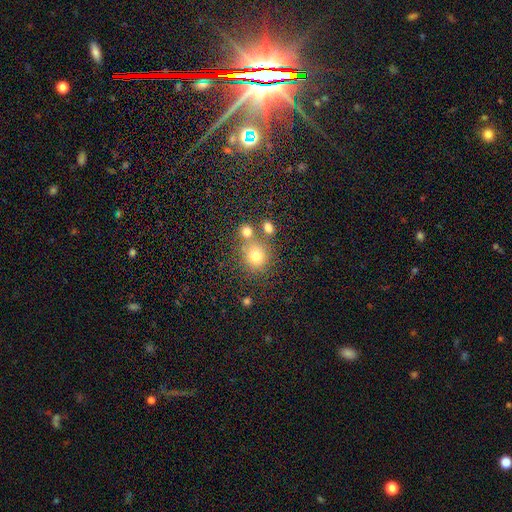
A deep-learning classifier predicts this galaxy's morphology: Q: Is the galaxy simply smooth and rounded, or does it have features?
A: smooth — 73%.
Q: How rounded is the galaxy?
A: round — 81%.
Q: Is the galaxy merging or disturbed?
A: none — 62%.